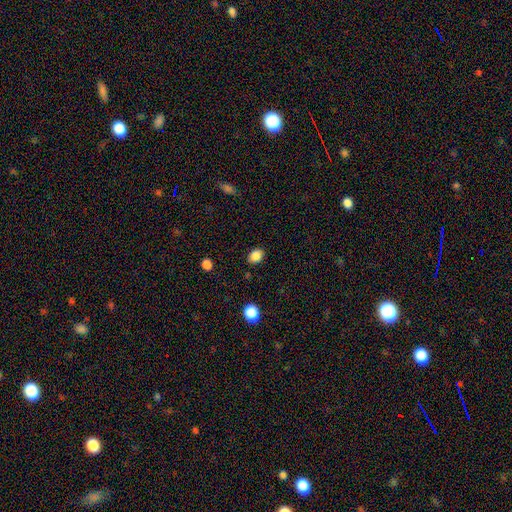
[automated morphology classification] This appears to be a smooth galaxy with no disk features (86%) that is in between round and cigar-shaped (57%). Merging: none (86%).